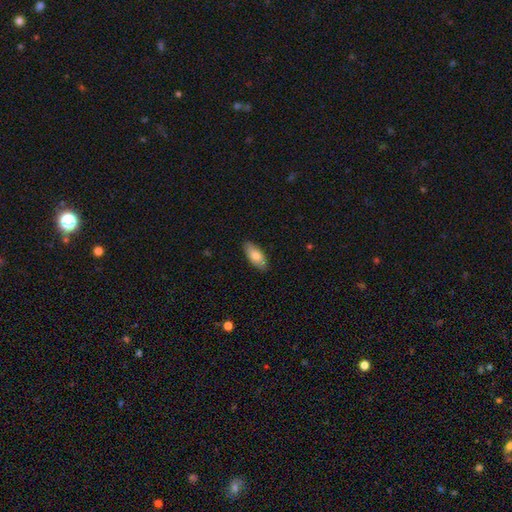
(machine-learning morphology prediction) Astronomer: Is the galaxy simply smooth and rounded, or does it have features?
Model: smooth — 78%.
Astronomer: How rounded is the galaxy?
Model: in between — 85%.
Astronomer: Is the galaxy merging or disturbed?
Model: none — 86%.